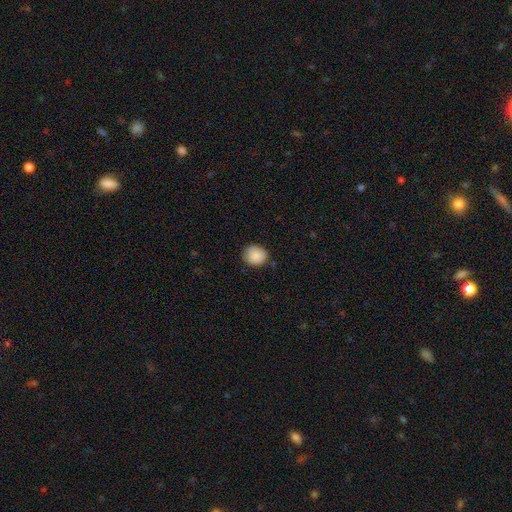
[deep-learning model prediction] Morphology: type=smooth (88%); roundness=round (82%); merging=none (85%).